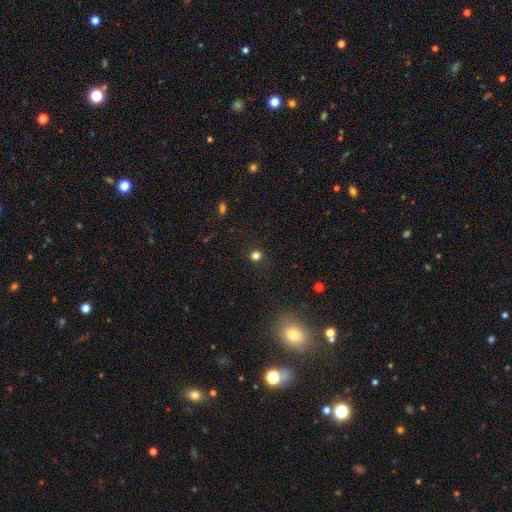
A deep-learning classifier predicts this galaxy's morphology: Smooth or featured?
  - smooth: 76% *
  - star or artifact: 20%
  - featured or disk: 5%
How rounded?
  - round: 88% *
  - in between: 11%
  - cigar-shaped: 1%
Merging?
  - none: 87% *
  - minor disturbance: 8%
  - major disturbance: 3%
  - merger: 2%